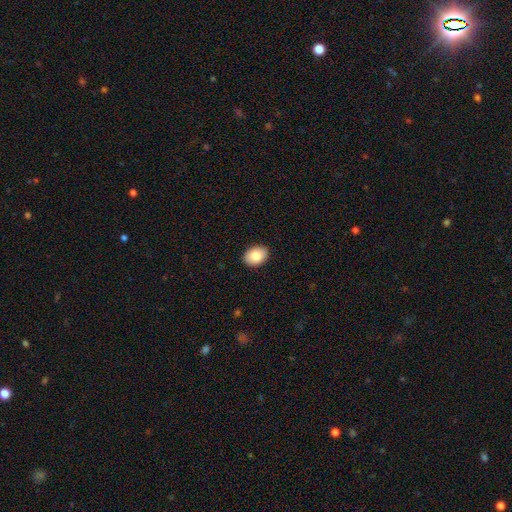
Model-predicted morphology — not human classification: This appears to be a smooth galaxy with no disk features (84%) that is in between round and cigar-shaped (67%). Merging: none (91%).